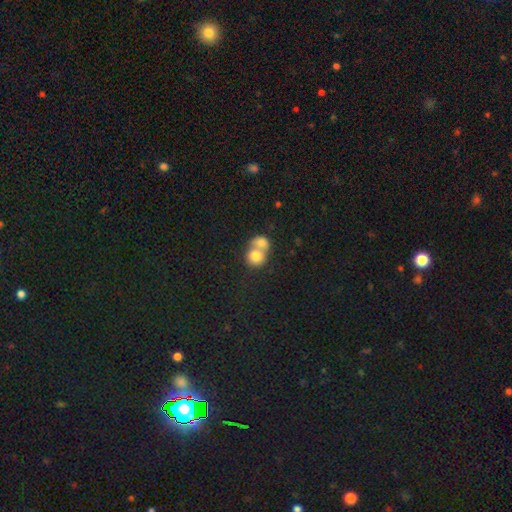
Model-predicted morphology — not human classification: The model was most divided on "how rounded": round: 73%, in between: 26%, cigar-shaped: 1%. More confident: smooth or featured — smooth (76%); merging — merger (71%).